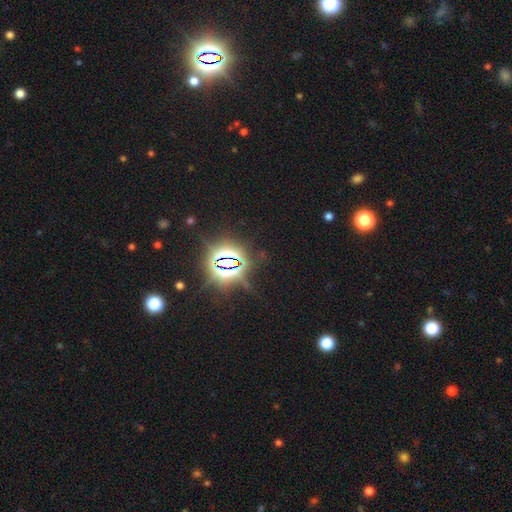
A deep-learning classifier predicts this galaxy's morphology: The model was most divided on "smooth or featured": star or artifact: 84%, smooth: 10%, featured or disk: 6%.